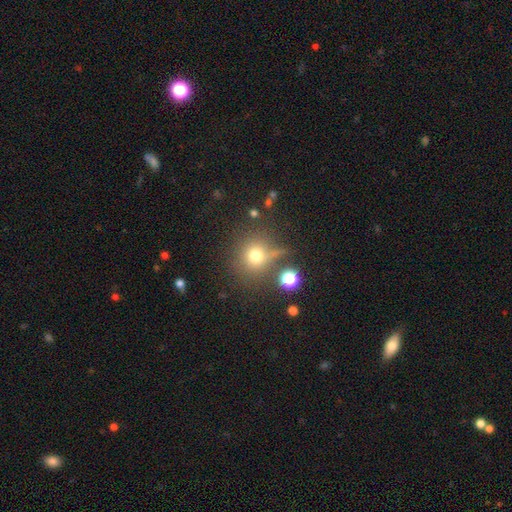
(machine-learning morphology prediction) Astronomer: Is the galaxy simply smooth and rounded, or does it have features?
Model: smooth — 71%.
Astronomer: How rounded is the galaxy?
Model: round — 89%.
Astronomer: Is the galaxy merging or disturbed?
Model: none — 71%.